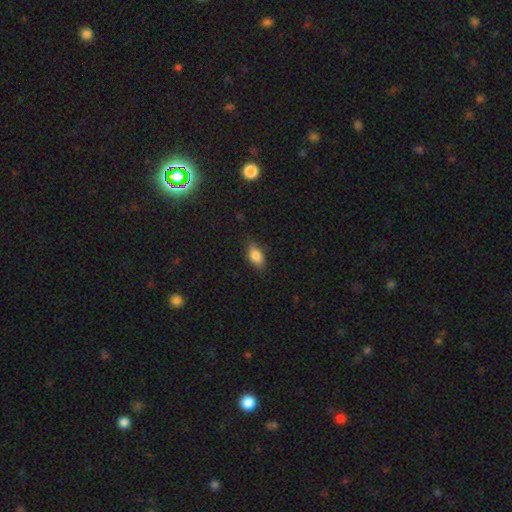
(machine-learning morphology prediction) Smooth or featured? smooth (85%)
How rounded? in between (88%)
Merging? none (80%)